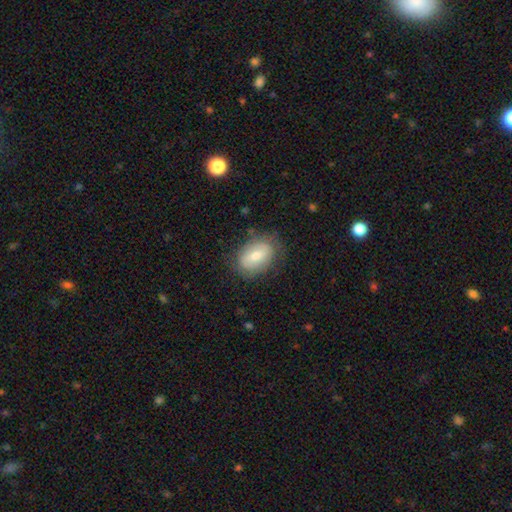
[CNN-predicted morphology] smooth-or-featured: smooth: 65% | featured or disk: 28% | star or artifact: 7%
  how-rounded: in between: 85% | round: 13% | cigar-shaped: 2%
  merging: none: 75% | minor disturbance: 18% | major disturbance: 6% | merger: 1%